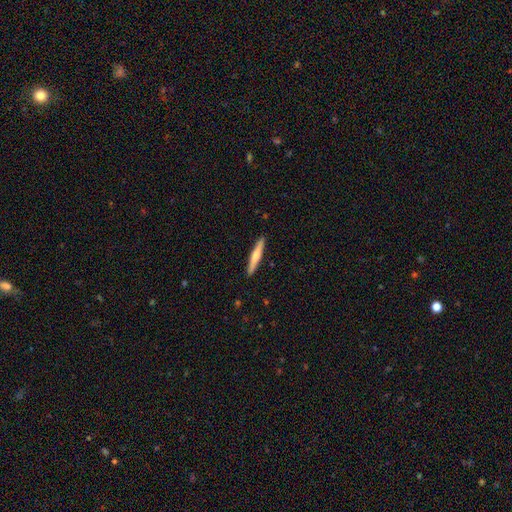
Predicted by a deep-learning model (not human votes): This appears to be a smooth galaxy with no disk features (56%) that is cigar-shaped (94%). Merging: none (92%).